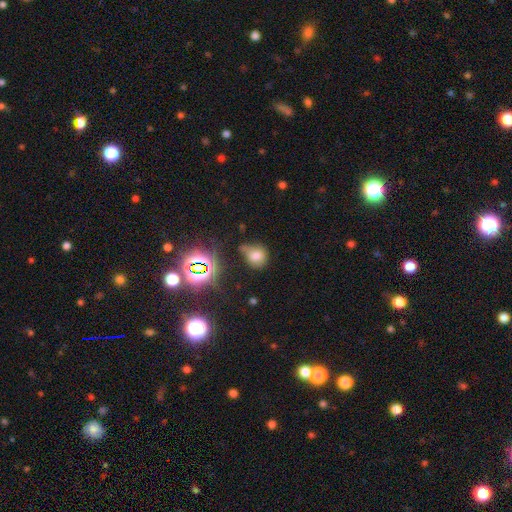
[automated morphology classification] Overall: smooth (68%). How rounded: round (64%; in between 35%). Merging: none (44%; minor disturbance 30%).